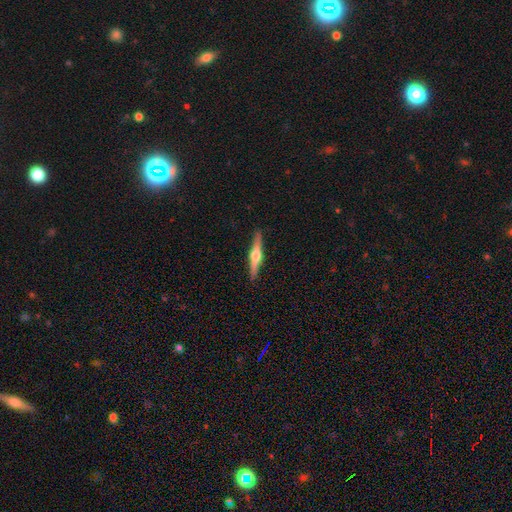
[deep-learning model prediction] A featured or disk galaxy (74%) viewed edge-on (98%) with a rounded central bulge (95%). Merging: none (92%).